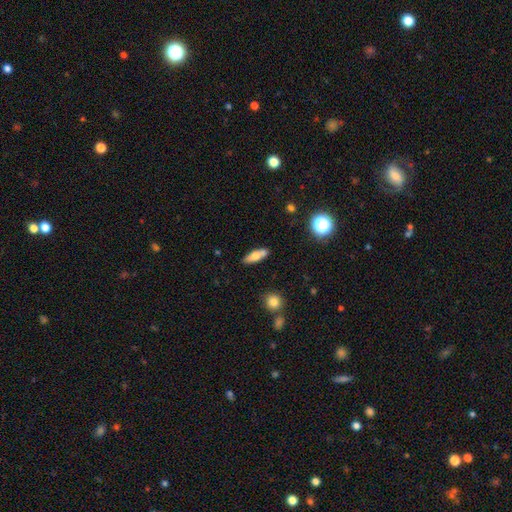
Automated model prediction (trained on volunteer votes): Smooth or featured? Predicted: smooth (p=0.64). How rounded? Predicted: in between (p=0.58). Merging? Predicted: none (p=0.65).